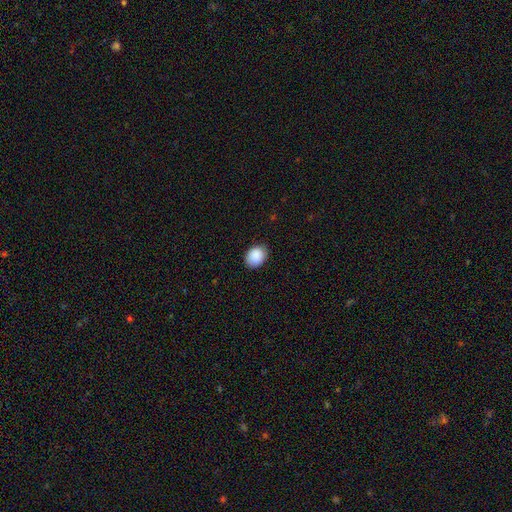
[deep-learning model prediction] Smooth or featured? smooth (90%)
How rounded? in between (65%)
Merging? none (84%)